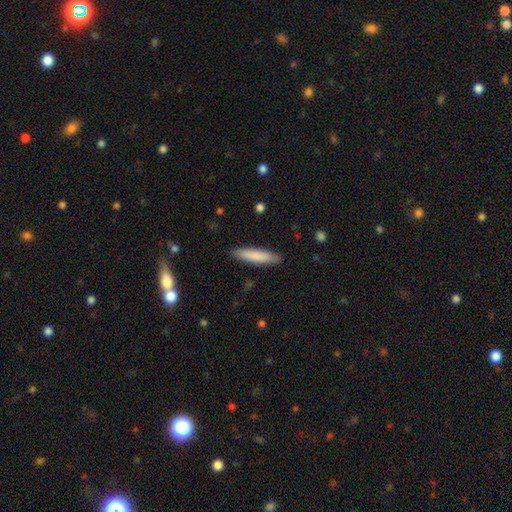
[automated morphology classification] Smooth or featured? smooth (82%)
How rounded? cigar-shaped (82%)
Merging? none (89%)